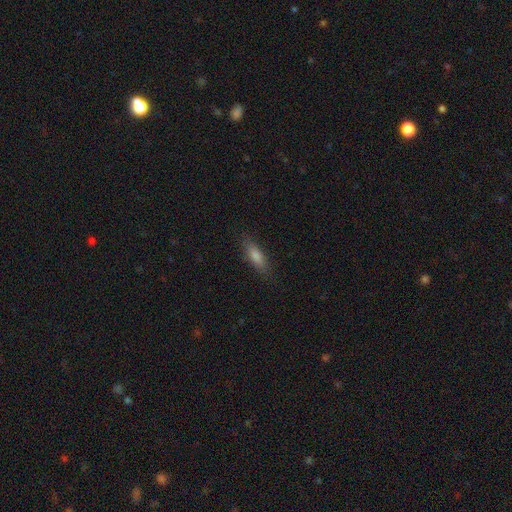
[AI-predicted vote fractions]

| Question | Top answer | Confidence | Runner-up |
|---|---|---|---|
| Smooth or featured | smooth | 73% | featured or disk (17%) |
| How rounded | cigar-shaped | 59% | in between (39%) |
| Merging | none | 85% | minor disturbance (11%) |